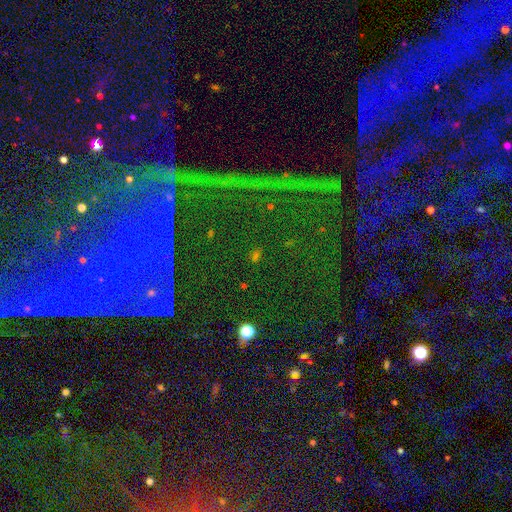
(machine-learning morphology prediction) This is likely a star or artifact rather than a galaxy (63%).